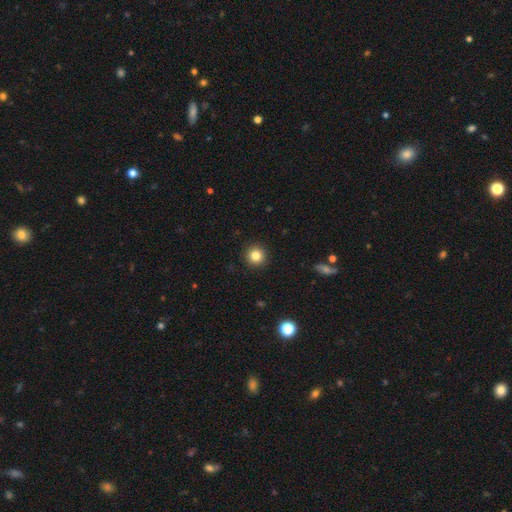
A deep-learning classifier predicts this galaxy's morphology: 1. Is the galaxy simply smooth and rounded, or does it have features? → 83% smooth, 11% star or artifact, 6% featured or disk.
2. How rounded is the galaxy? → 95% round, 4% in between, 1% cigar-shaped.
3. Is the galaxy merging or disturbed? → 93% none, 5% minor disturbance, 2% major disturbance, 1% merger.